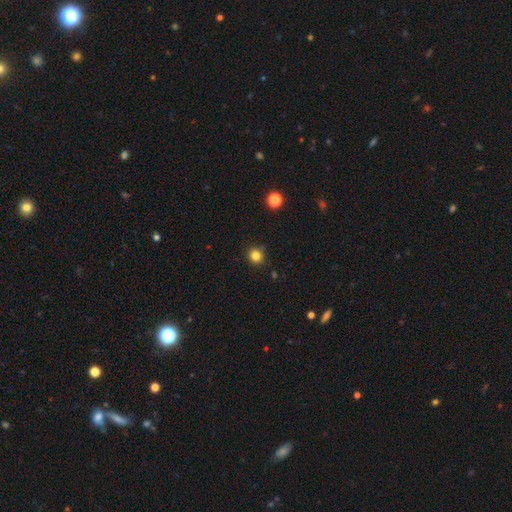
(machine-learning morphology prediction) Q: Smooth or featured?
A: smooth (82%); runner-up: star or artifact (13%)
Q: How rounded?
A: round (90%); runner-up: in between (9%)
Q: Merging?
A: none (88%); runner-up: minor disturbance (8%)